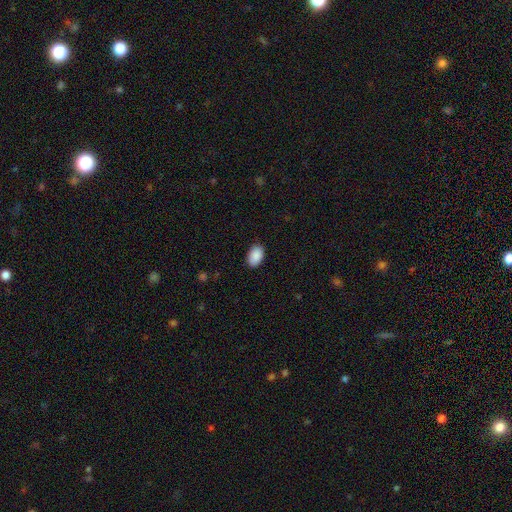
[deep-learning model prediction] Morphology: type=smooth (90%); roundness=in between (90%); merging=none (87%).